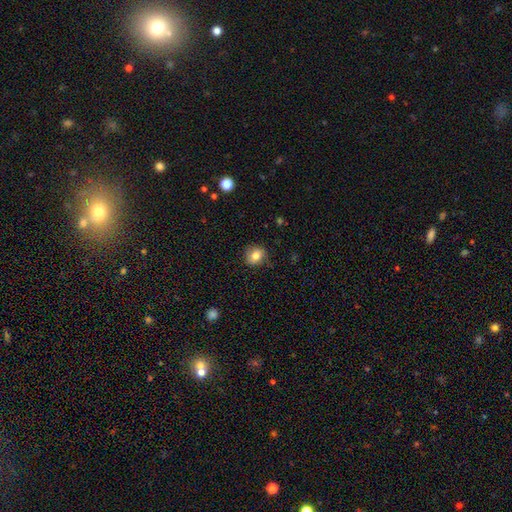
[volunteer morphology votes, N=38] Volunteers were most divided on "how rounded": round: 78%, in between: 22%, cigar-shaped: 0%. More confident: merging — none (85%); smooth or featured — smooth (84%).